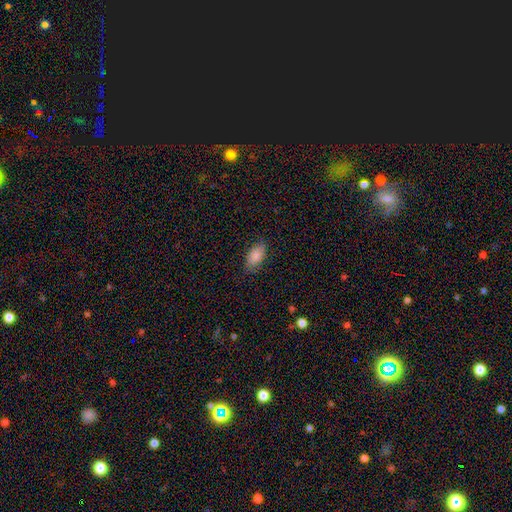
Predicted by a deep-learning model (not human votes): Morphology: type=smooth (86%); roundness=in between (93%); merging=none (81%).